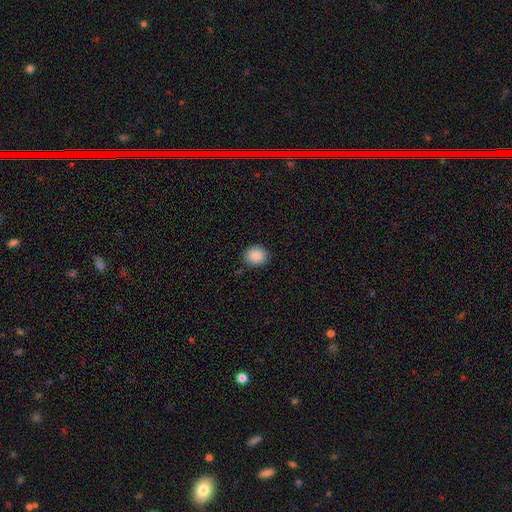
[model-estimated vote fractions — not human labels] A smooth galaxy with no disk features (89%) that is round (67%).

Vote fractions:
- Smooth or featured? smooth: 89% / star or artifact: 8% / featured or disk: 3%
- How rounded? round: 67% / in between: 32% / cigar-shaped: 1%
- Merging? none: 87% / minor disturbance: 10% / major disturbance: 2% / merger: 1%